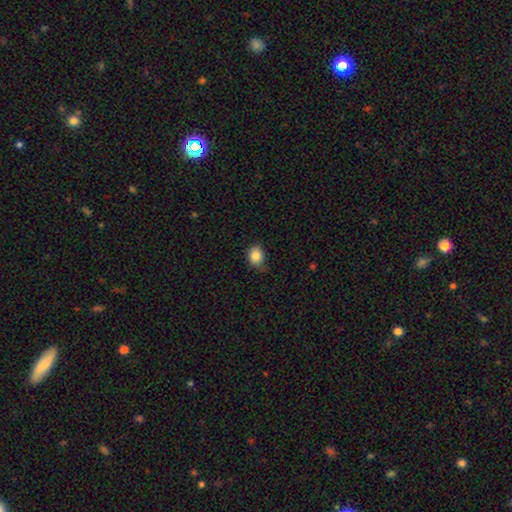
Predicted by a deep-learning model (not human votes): Smooth or featured? smooth (85%)
How rounded? round (54%)
Merging? none (59%)